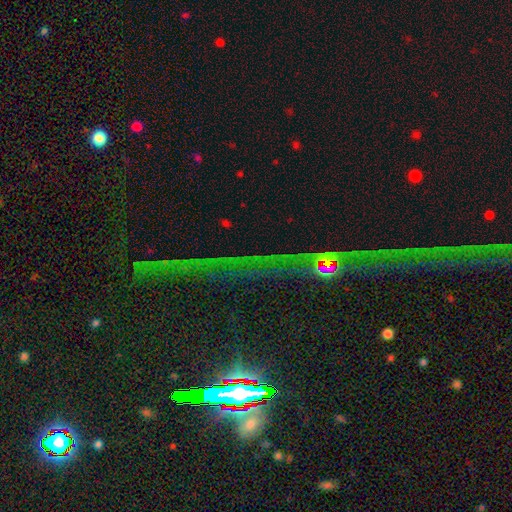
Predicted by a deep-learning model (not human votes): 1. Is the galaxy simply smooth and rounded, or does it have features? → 64% star or artifact, 23% featured or disk, 13% smooth.